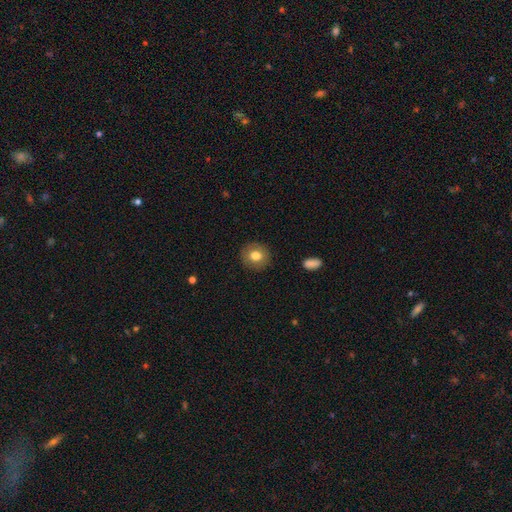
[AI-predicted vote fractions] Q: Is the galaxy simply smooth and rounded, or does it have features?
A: smooth — 76%.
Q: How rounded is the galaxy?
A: round — 87%.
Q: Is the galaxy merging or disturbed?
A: none — 90%.